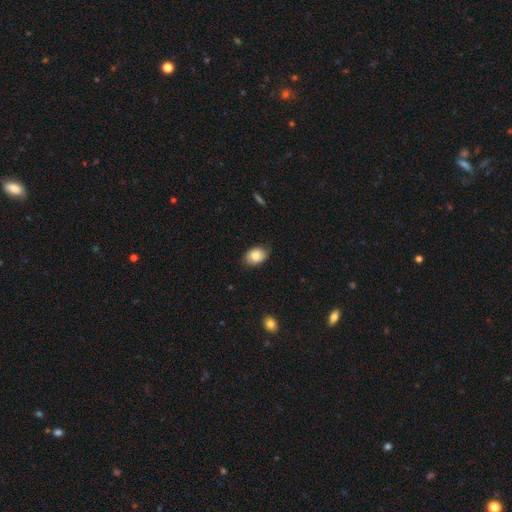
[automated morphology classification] smooth-or-featured: smooth: 80% | featured or disk: 12% | star or artifact: 7%
  how-rounded: in between: 77% | round: 22% | cigar-shaped: 1%
  merging: none: 75% | minor disturbance: 20% | major disturbance: 4% | merger: 1%